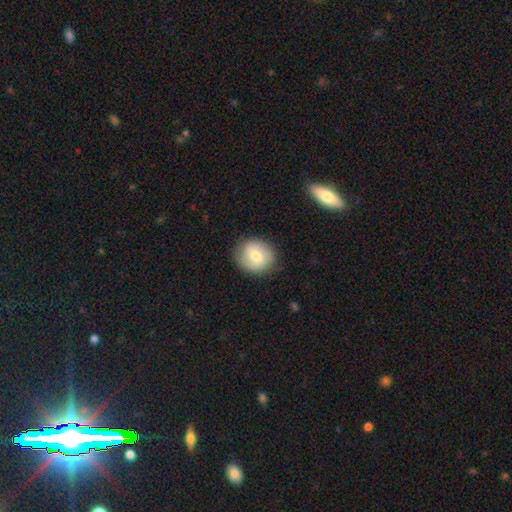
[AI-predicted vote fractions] Overall: smooth (62%; featured or disk 30%). How rounded: round (76%). Merging: none (84%).